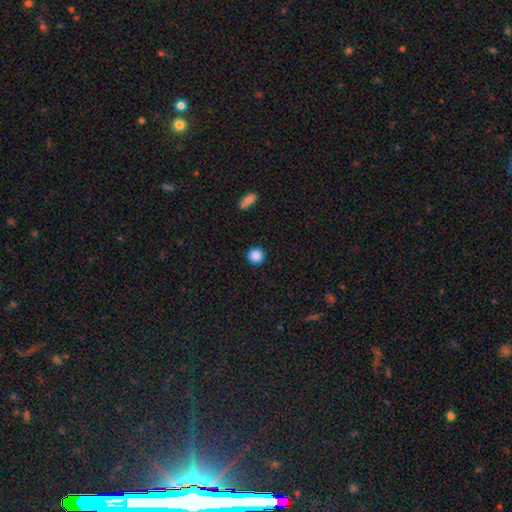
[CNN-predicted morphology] smooth-or-featured: smooth: 88% | star or artifact: 9% | featured or disk: 3%
  how-rounded: round: 94% | in between: 5% | cigar-shaped: 1%
  merging: none: 92% | minor disturbance: 5% | major disturbance: 2% | merger: 1%